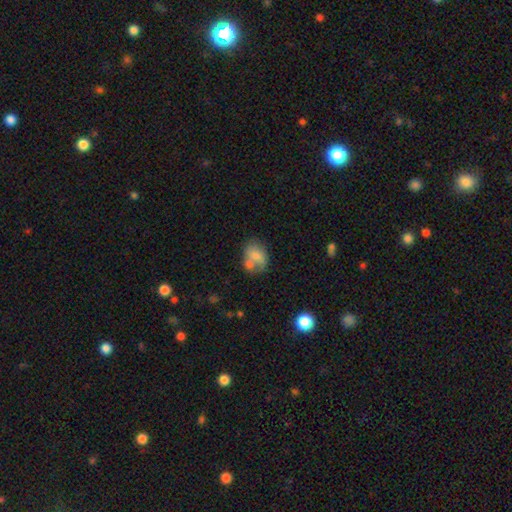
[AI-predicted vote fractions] This is likely a smooth galaxy (71%). How rounded: likely in between (68%). Merging: marginally none (40%).